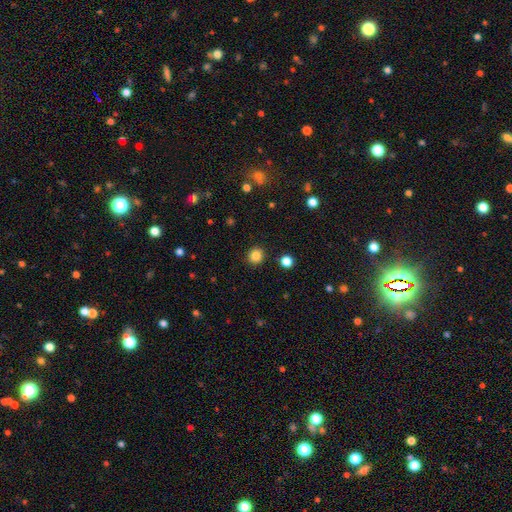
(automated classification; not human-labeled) smooth-or-featured: smooth: 84% | star or artifact: 12% | featured or disk: 4%
  how-rounded: round: 91% | in between: 8% | cigar-shaped: 1%
  merging: none: 91% | minor disturbance: 5% | major disturbance: 2% | merger: 2%